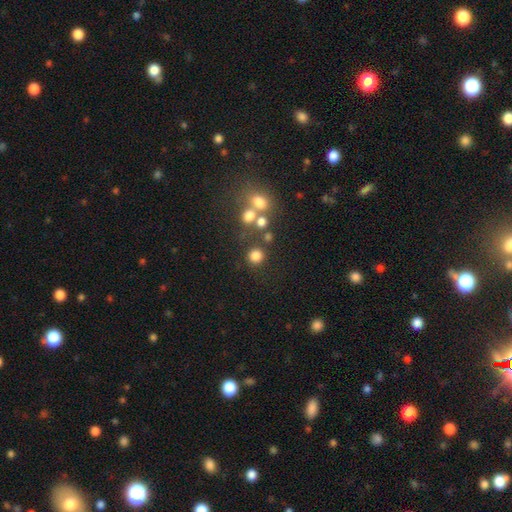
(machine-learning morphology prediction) The model was most divided on "smooth or featured": smooth: 78%, star or artifact: 15%, featured or disk: 7%. More confident: how rounded — round (91%); merging — none (76%).